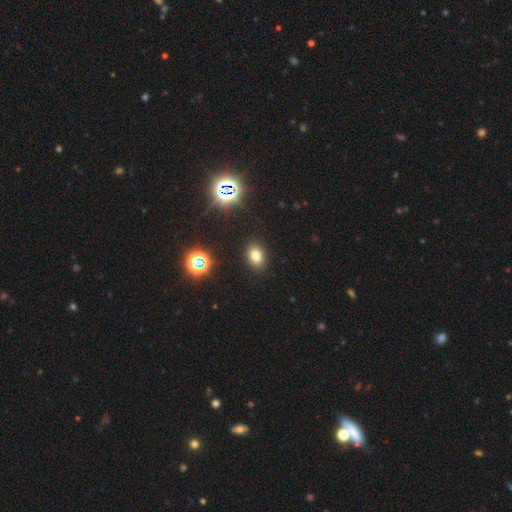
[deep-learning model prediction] Smooth or featured: smooth — 71% (star or artifact — 21%)
How rounded: in between — 70% (round — 29%)
Merging: none — 89% (minor disturbance — 7%)